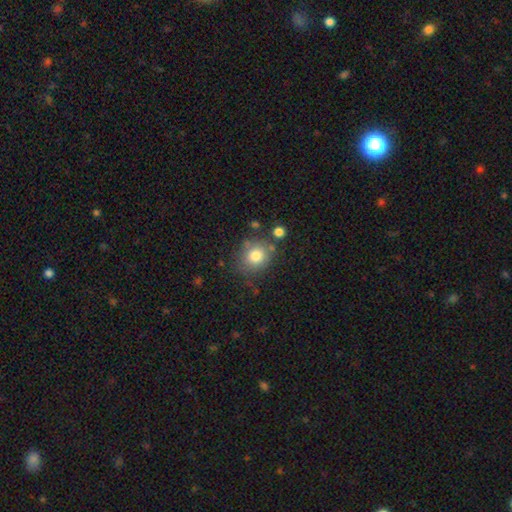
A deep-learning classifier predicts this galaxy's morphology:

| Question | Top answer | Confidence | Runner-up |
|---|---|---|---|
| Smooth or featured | smooth | 79% | star or artifact (11%) |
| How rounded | round | 77% | in between (22%) |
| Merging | none | 71% | minor disturbance (15%) |